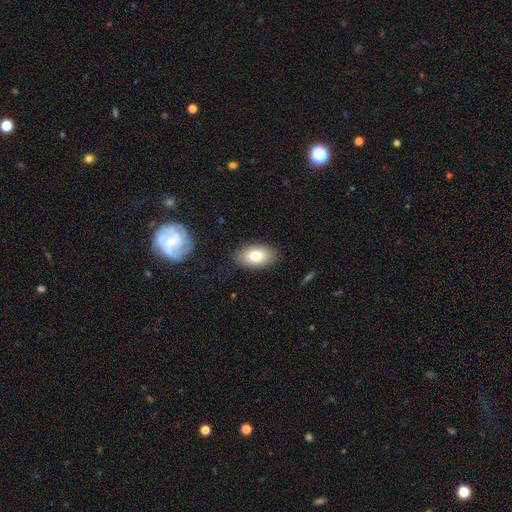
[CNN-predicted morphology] Smooth or featured? Predicted: smooth (p=0.78). How rounded? Predicted: in between (p=0.92). Merging? Predicted: none (p=0.87).